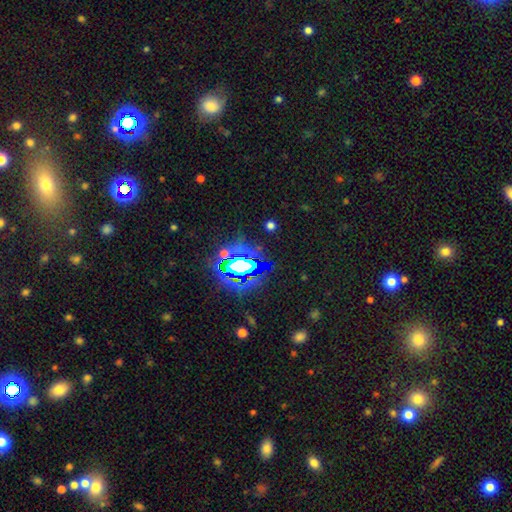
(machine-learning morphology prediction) Smooth or featured? Predicted: star or artifact (p=0.72).